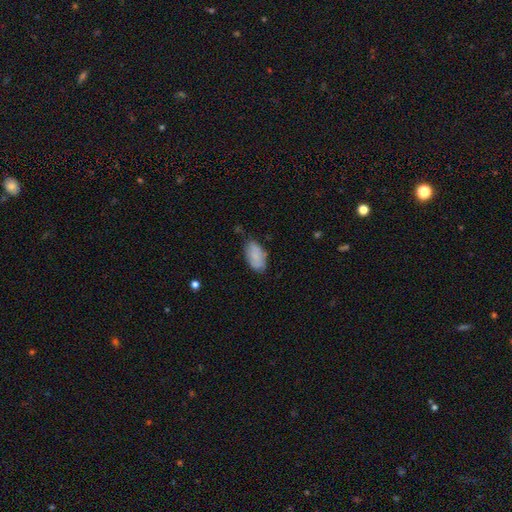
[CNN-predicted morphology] A smooth galaxy with no disk features (82%) that is in between round and cigar-shaped (94%). Merging: none (67%).